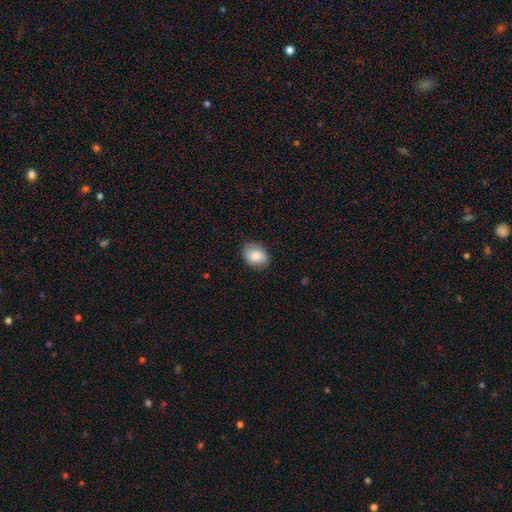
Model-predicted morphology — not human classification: A smooth galaxy with no disk features (75%) that is in between round and cigar-shaped (71%). Merging: none (82%).